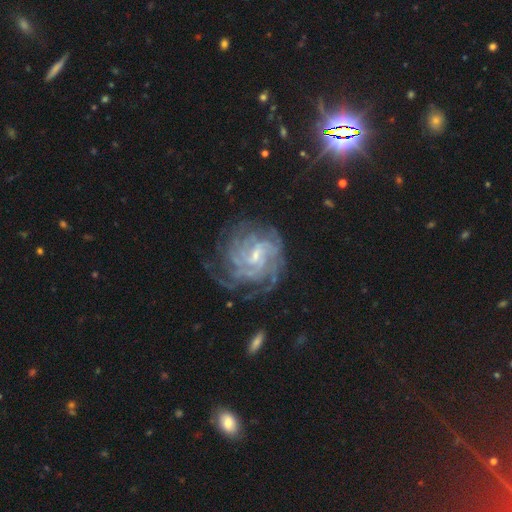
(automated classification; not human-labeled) Morphology: type=featured or disk (86%); edge-on=no (98%); bar=weak (56%); spiral arms=yes (96%); winding=tight (67%); arm count=can't tell (32%); bulge=small (66%); merging=none (67%).